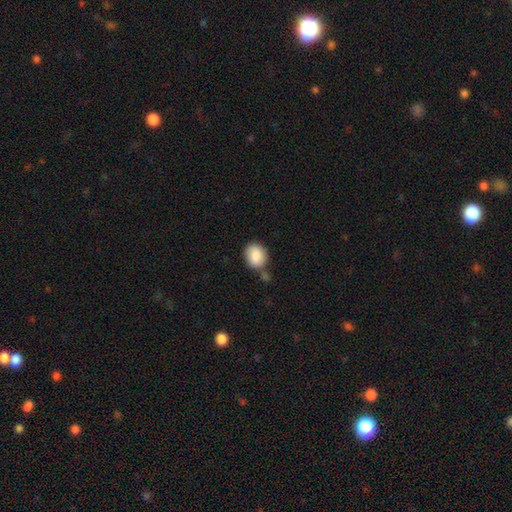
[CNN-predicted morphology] Q: Smooth or featured?
A: smooth (85%); runner-up: featured or disk (8%)
Q: How rounded?
A: round (58%); runner-up: in between (41%)
Q: Merging?
A: none (65%); runner-up: minor disturbance (17%)